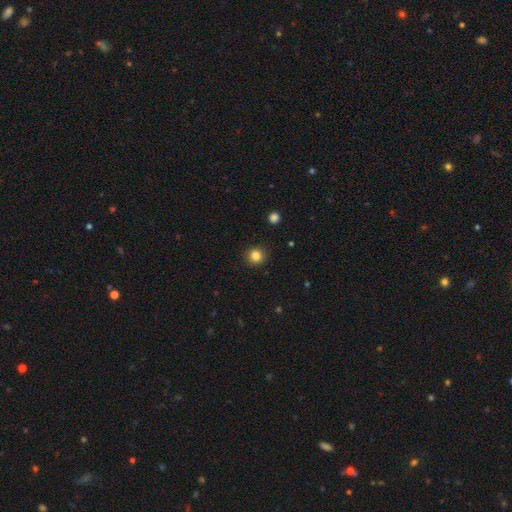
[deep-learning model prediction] smooth_or_featured: smooth (p=0.84) [alt: star or artifact p=0.12]
how_rounded: round (p=0.92) [alt: in between p=0.07]
merging: none (p=0.91) [alt: minor disturbance p=0.06]